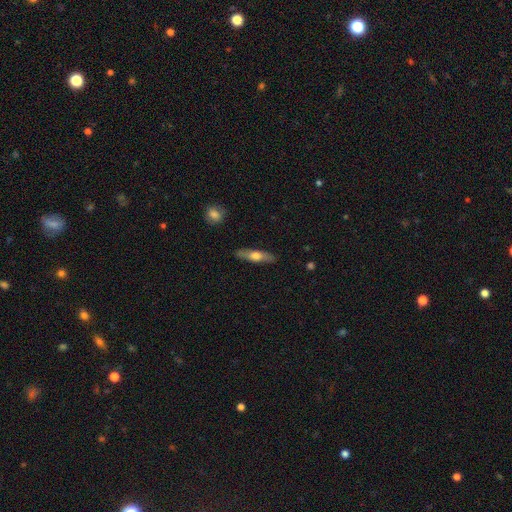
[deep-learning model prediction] A smooth galaxy with no disk features (52%) that is cigar-shaped (72%).

Vote fractions:
- Smooth or featured? smooth: 52% / featured or disk: 42% / star or artifact: 6%
- How rounded? cigar-shaped: 72% / in between: 26% / round: 3%
- Merging? none: 88% / minor disturbance: 9% / major disturbance: 2% / merger: 1%